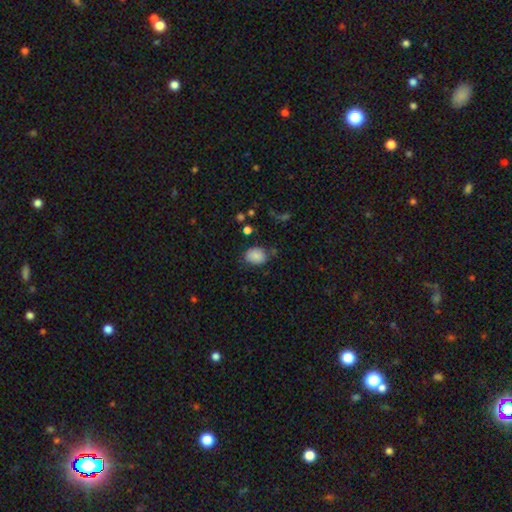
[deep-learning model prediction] Morphology: type=smooth (86%); roundness=in between (63%); merging=none (76%).